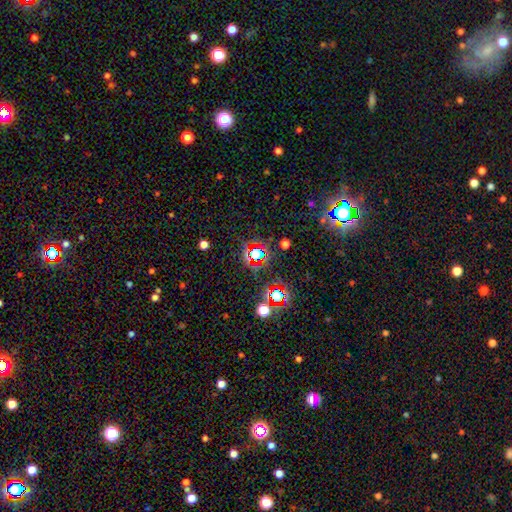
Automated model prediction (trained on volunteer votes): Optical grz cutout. It shows a star or artifact, not a galaxy (69%).